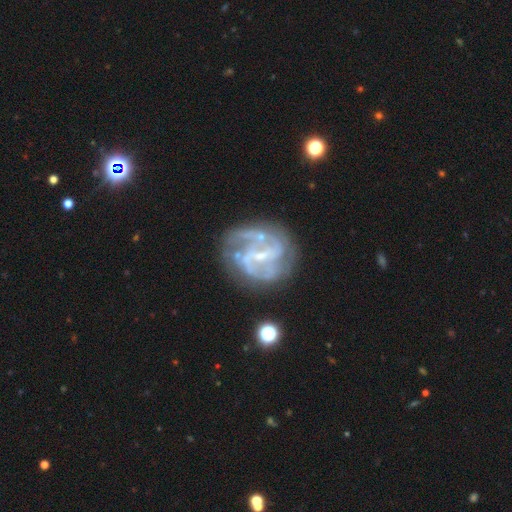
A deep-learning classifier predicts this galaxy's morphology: This is clearly a featured or disk galaxy (86%). It is clearly not viewed edge-on (98%). Bar: possibly weak (45%). Spiral arm pattern: clearly yes (92%). Spiral arm count: possibly 2 (53%). Spiral winding: possibly medium (48%). Central bulge: likely small (68%). Merging: likely none (67%).